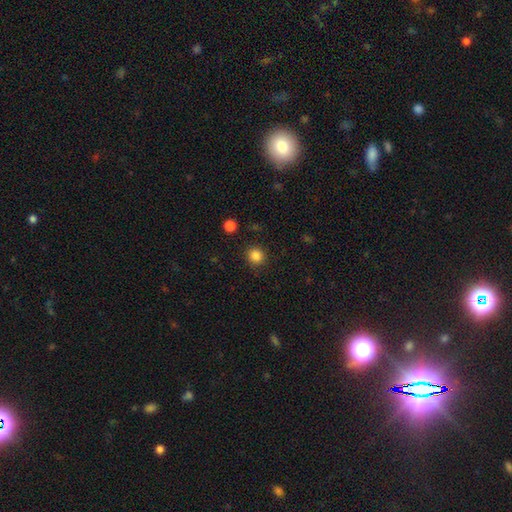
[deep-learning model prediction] This is clearly a smooth galaxy (85%). How rounded: clearly round (87%). Merging: clearly none (89%).